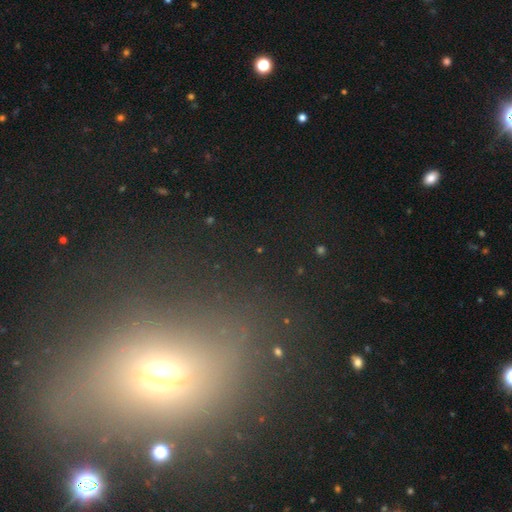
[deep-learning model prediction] Smooth or featured? star or artifact (44%)